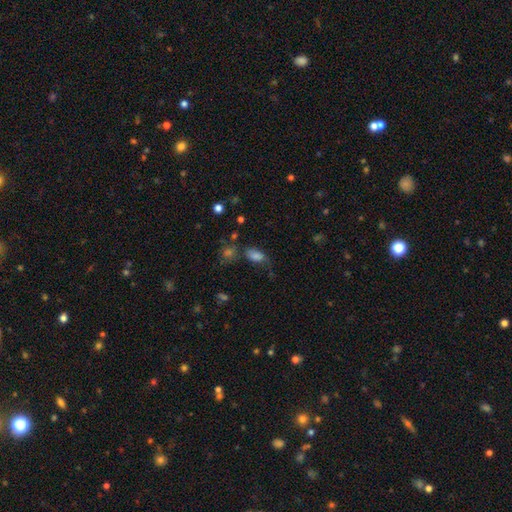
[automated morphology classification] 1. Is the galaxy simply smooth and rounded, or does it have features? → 72% smooth, 15% star or artifact, 13% featured or disk.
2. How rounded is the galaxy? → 88% in between, 8% round, 4% cigar-shaped.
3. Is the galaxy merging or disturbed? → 45% none, 26% minor disturbance, 18% major disturbance, 11% merger.